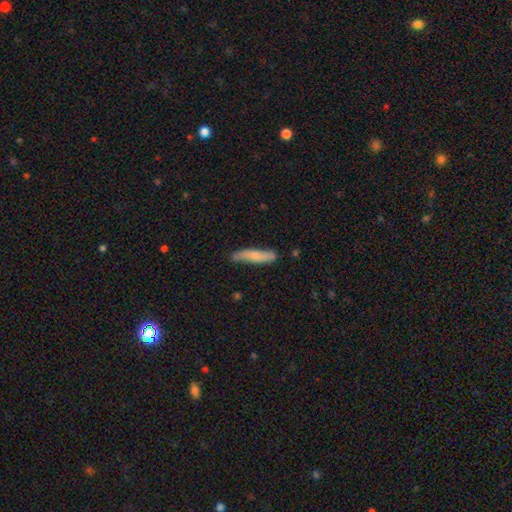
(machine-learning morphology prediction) Smooth or featured? Predicted: smooth (p=0.65). How rounded? Predicted: cigar-shaped (p=0.86). Merging? Predicted: none (p=0.75).